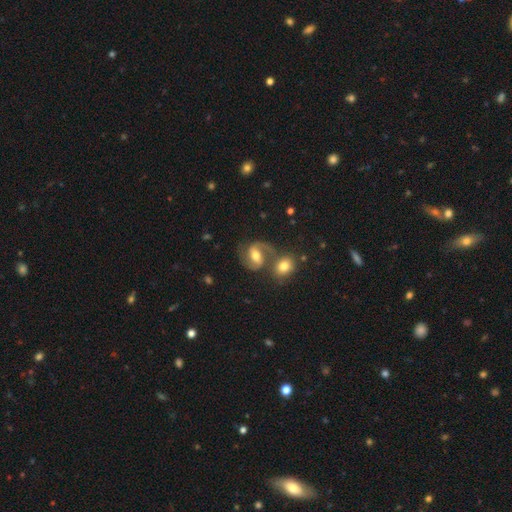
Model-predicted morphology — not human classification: Q: Smooth or featured?
A: featured or disk (75%); runner-up: smooth (18%)
Q: Edge-on disk?
A: no (97%); runner-up: yes (3%)
Q: Bar?
A: strong (43%); runner-up: weak (40%)
Q: Spiral arms?
A: yes (91%); runner-up: no (9%)
Q: Spiral winding?
A: medium (59%); runner-up: loose (23%)
Q: Spiral arm count?
A: 2 (90%); runner-up: 1 (4%)
Q: Bulge size?
A: moderate (68%); runner-up: small (16%)
Q: Merging?
A: none (52%); runner-up: merger (29%)